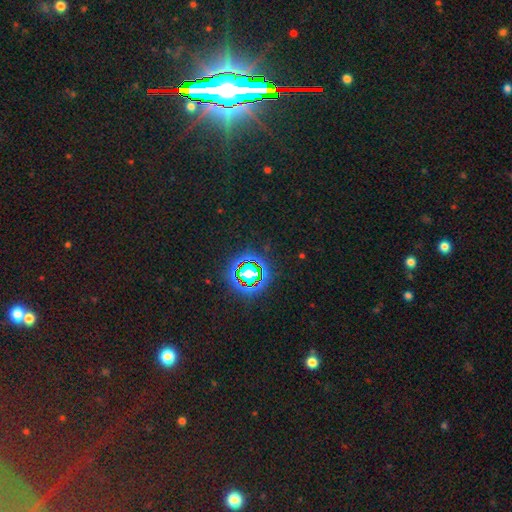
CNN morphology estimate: A star or artifact, not a galaxy (83%).